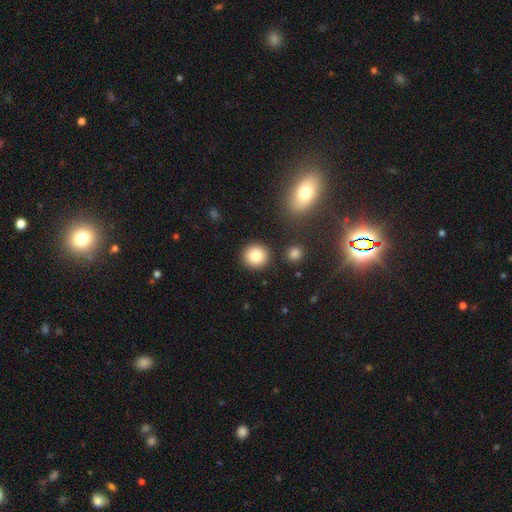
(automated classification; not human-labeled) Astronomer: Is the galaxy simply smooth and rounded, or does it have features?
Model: smooth — 83%.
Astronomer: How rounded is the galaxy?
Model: round — 90%.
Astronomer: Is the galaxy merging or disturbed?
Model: none — 89%.